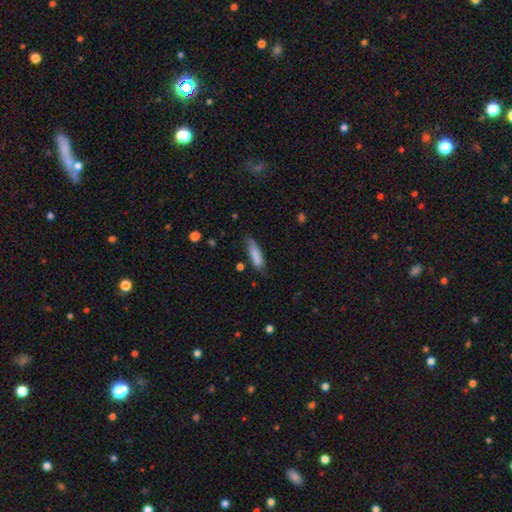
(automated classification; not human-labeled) smooth-or-featured: smooth: 83% | featured or disk: 11% | star or artifact: 6%
  how-rounded: cigar-shaped: 64% | in between: 34% | round: 2%
  merging: none: 70% | minor disturbance: 23% | major disturbance: 5% | merger: 3%